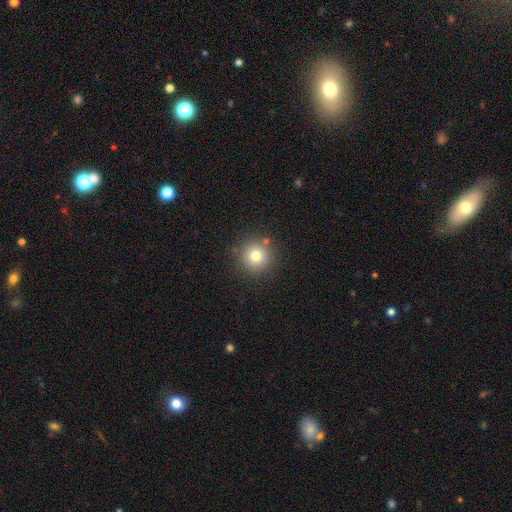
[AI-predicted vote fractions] Overall: smooth (77%). How rounded: round (95%). Merging: none (86%).